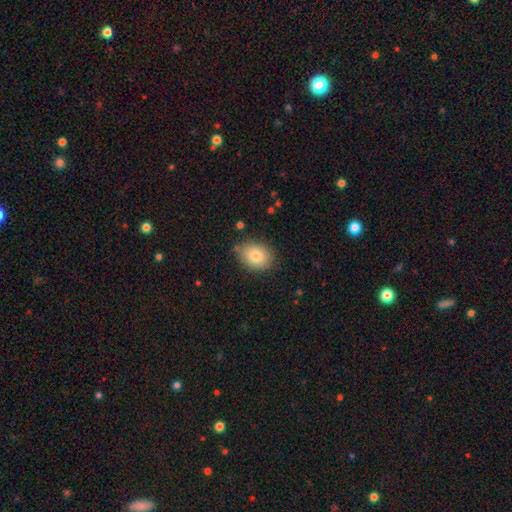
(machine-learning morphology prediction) smooth-or-featured: smooth: 82% | featured or disk: 9% | star or artifact: 8%
  how-rounded: in between: 63% | round: 36% | cigar-shaped: 1%
  merging: none: 83% | minor disturbance: 13% | major disturbance: 3% | merger: 2%